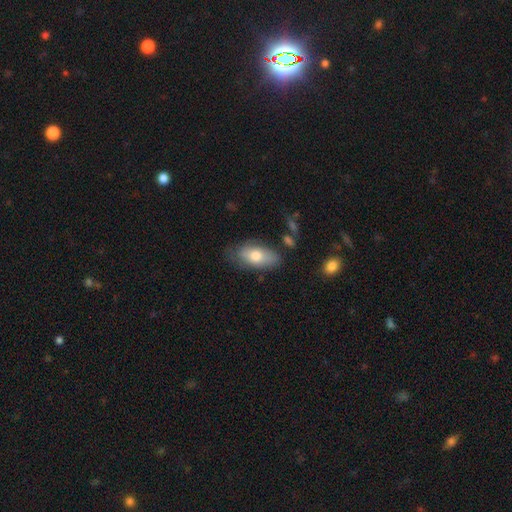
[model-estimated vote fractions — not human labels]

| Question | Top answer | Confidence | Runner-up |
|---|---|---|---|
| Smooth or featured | smooth | 72% | featured or disk (21%) |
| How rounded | in between | 91% | cigar-shaped (5%) |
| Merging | none | 71% | minor disturbance (21%) |